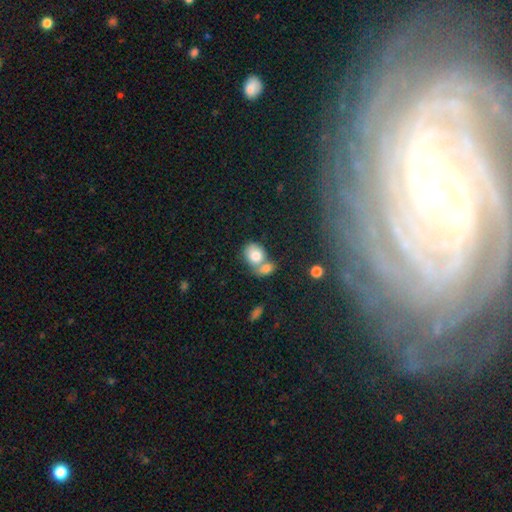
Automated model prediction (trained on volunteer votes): The model was most divided on "how rounded": round: 51%, in between: 48%, cigar-shaped: 1%. More confident: smooth or featured — smooth (78%); merging — merger (58%).